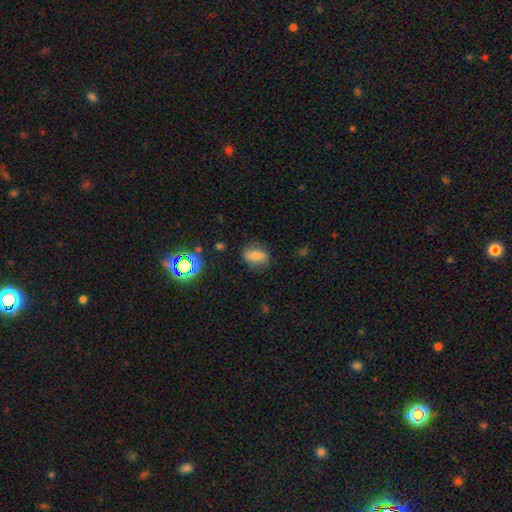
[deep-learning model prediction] Overall: smooth (66%). How rounded: in between (68%; round 28%). Merging: none (78%).